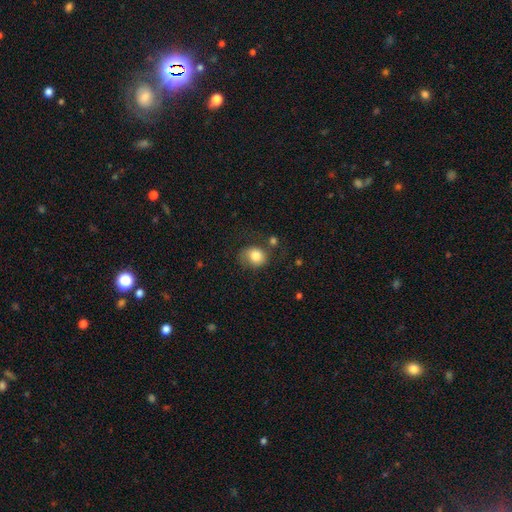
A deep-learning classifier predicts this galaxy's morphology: A smooth galaxy with no disk features (80%) that is round (58%).

Vote fractions:
- Smooth or featured? smooth: 80% / featured or disk: 12% / star or artifact: 9%
- How rounded? round: 58% / in between: 41% / cigar-shaped: 1%
- Merging? none: 51% / minor disturbance: 27% / major disturbance: 15% / merger: 8%